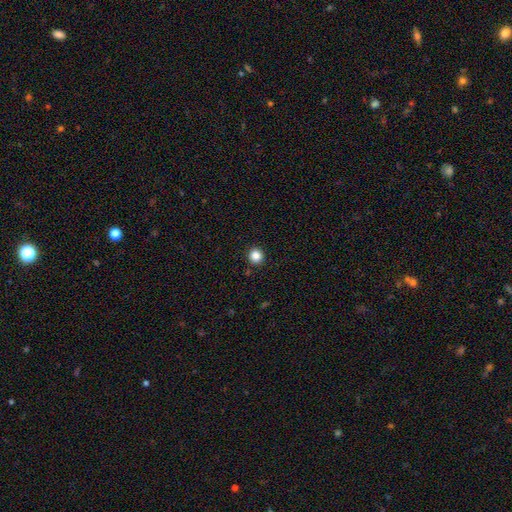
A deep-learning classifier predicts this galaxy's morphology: smooth 85%, star or artifact 11%, featured or disk 3%. Down the decision tree: how rounded — round (93%); merging — none (92%).